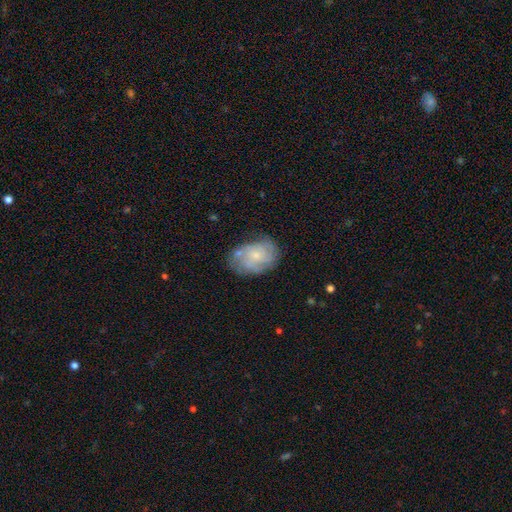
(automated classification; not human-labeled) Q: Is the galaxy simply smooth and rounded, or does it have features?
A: featured or disk — 53%.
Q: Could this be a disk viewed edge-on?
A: no — 97%.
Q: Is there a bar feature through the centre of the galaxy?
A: no — 77%.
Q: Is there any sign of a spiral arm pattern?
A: yes — 70%.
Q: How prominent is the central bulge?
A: small — 65%.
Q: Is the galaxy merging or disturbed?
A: none — 60%.